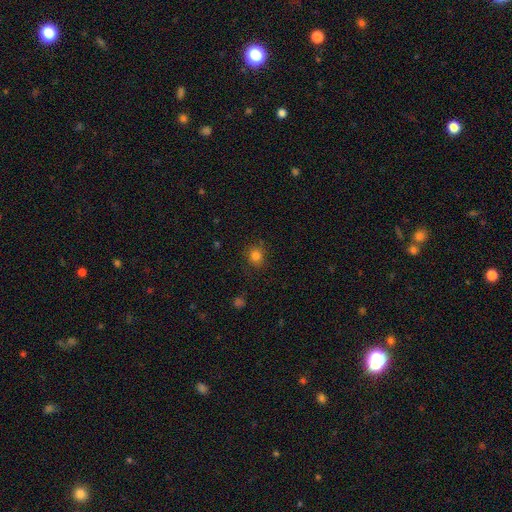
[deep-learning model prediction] Smooth or featured? Predicted: smooth (p=0.82). How rounded? Predicted: round (p=0.80). Merging? Predicted: none (p=0.85).